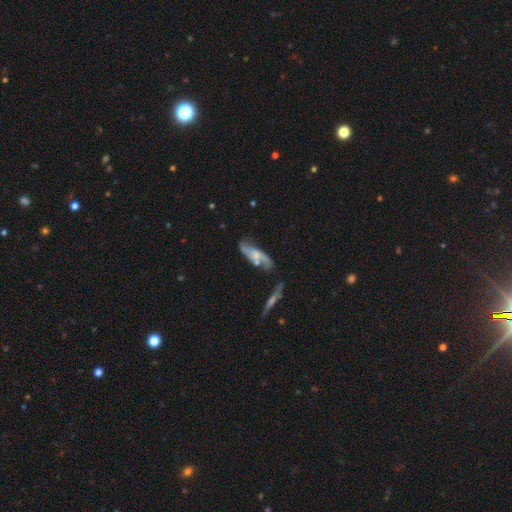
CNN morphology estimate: The model was most divided on "merging": none: 52%, minor disturbance: 24%, merger: 13%, major disturbance: 11%. More confident: edge-on disk — no (78%); smooth or featured — featured or disk (62%).